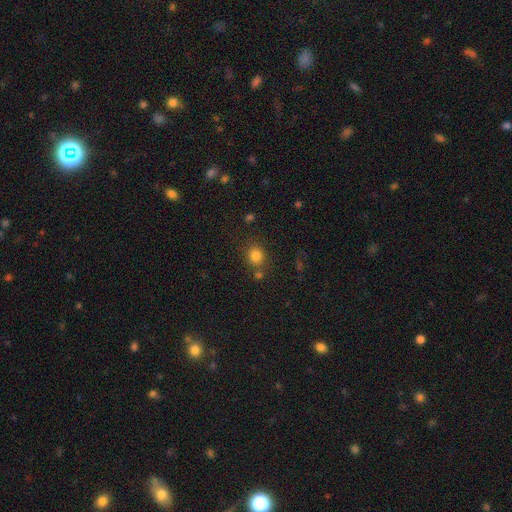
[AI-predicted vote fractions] Q: Smooth or featured?
A: smooth (81%); runner-up: star or artifact (13%)
Q: How rounded?
A: round (80%); runner-up: in between (19%)
Q: Merging?
A: none (74%); runner-up: merger (12%)